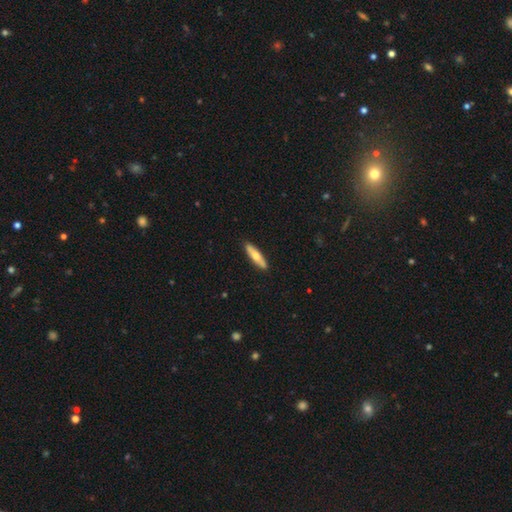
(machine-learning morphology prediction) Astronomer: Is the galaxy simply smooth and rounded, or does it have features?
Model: smooth — 58% (runner-up: featured or disk, 37%).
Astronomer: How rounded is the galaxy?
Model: cigar-shaped — 78%.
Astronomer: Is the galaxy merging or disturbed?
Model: none — 89%.